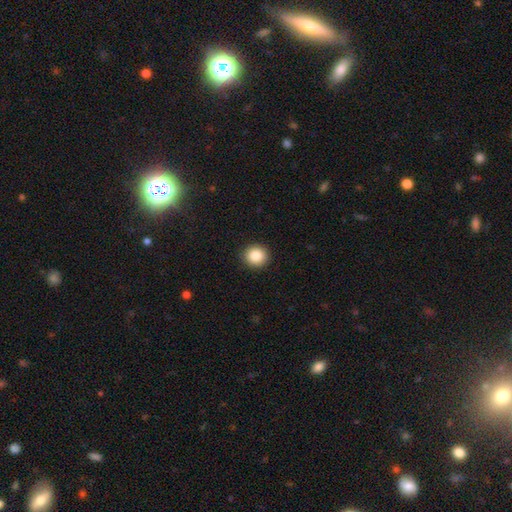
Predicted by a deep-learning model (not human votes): Smooth or featured? Predicted: smooth (p=0.86). How rounded? Predicted: round (p=0.90). Merging? Predicted: none (p=0.92).